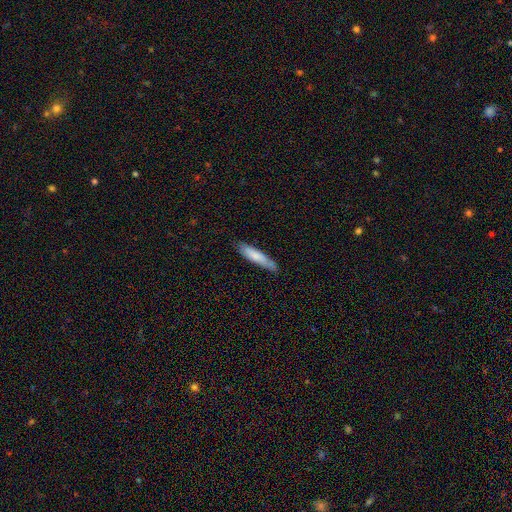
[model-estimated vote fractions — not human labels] Morphology: type=smooth (76%); roundness=cigar-shaped (81%); merging=none (78%).